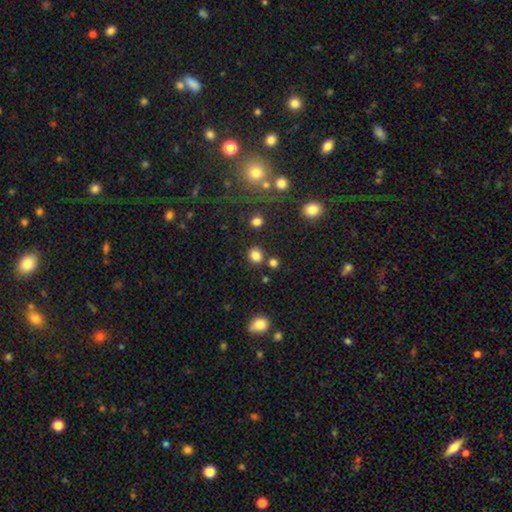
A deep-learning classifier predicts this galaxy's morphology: Smooth or featured: smooth — 82% (star or artifact — 13%)
How rounded: round — 70% (in between — 29%)
Merging: none — 80% (minor disturbance — 9%)